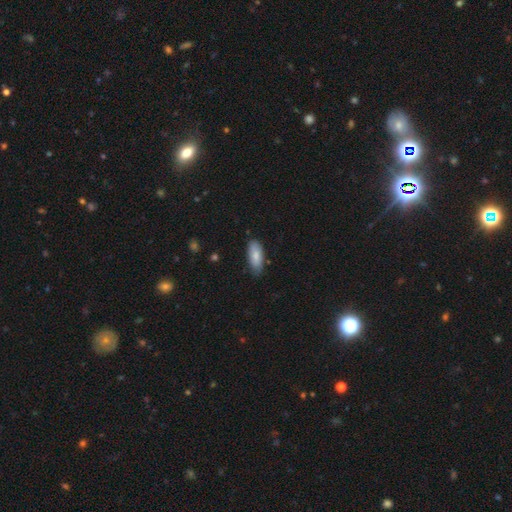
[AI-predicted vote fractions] smooth-or-featured: smooth: 82% | featured or disk: 12% | star or artifact: 6%
  how-rounded: in between: 84% | cigar-shaped: 15% | round: 2%
  merging: none: 75% | minor disturbance: 21% | major disturbance: 3% | merger: 1%